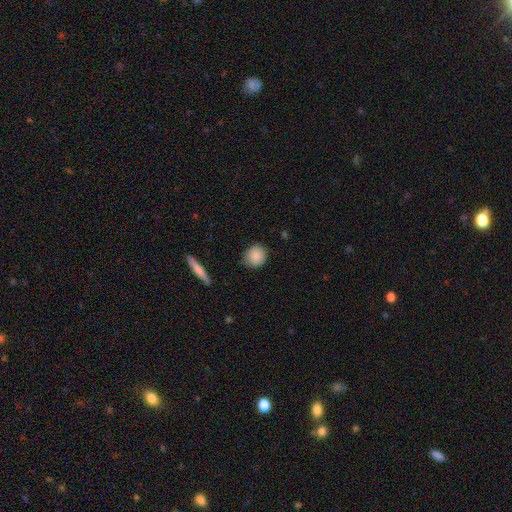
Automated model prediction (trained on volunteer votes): Smooth or featured? smooth (87%)
How rounded? round (80%)
Merging? none (82%)